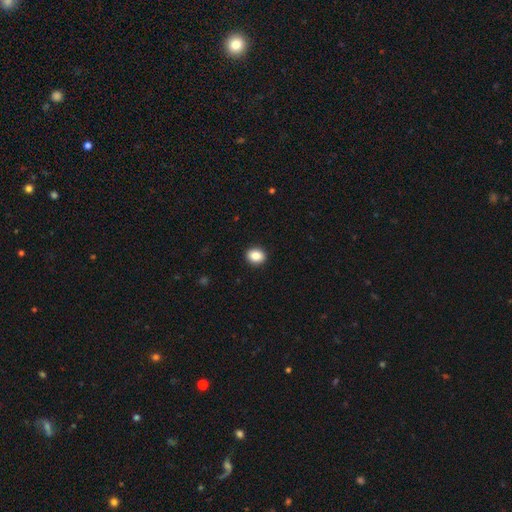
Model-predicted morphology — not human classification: Overall: smooth (87%). How rounded: round (53%; in between 46%). Merging: none (92%).